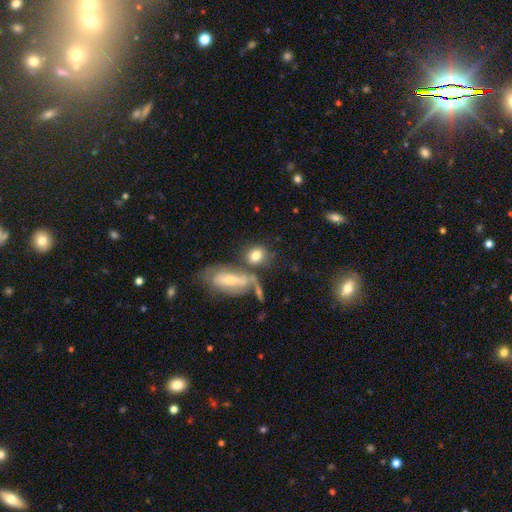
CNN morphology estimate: type=smooth (73%); roundness=round (54%); merging=none (47%).